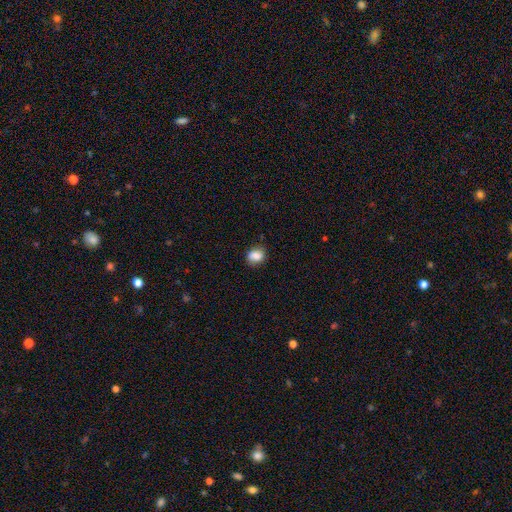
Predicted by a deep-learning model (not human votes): smooth_or_featured: smooth (p=0.84) [alt: star or artifact p=0.09]
how_rounded: in between (p=0.53) [alt: round p=0.45]
merging: none (p=0.74) [alt: minor disturbance p=0.20]